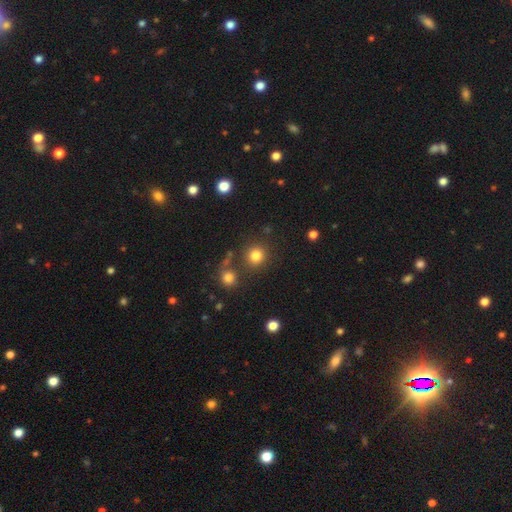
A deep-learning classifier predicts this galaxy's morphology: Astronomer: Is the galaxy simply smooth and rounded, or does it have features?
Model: smooth — 82%.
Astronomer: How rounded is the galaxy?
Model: round — 92%.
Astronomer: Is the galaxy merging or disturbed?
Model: none — 81%.